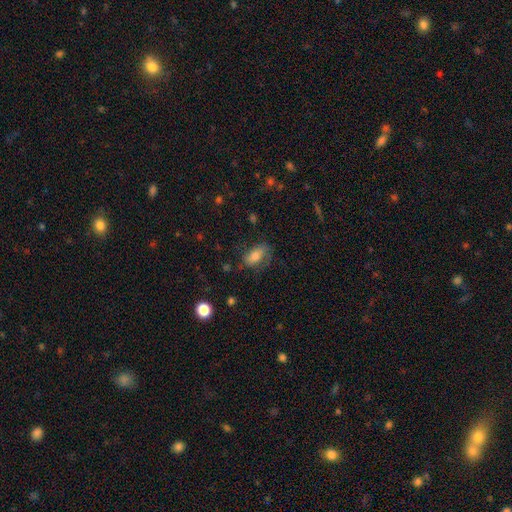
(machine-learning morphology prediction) A smooth galaxy with no disk features (70%) that is in between round and cigar-shaped (88%).

Vote fractions:
- Smooth or featured? smooth: 70% / featured or disk: 21% / star or artifact: 9%
- How rounded? in between: 88% / round: 9% / cigar-shaped: 4%
- Merging? none: 60% / minor disturbance: 25% / major disturbance: 13% / merger: 2%